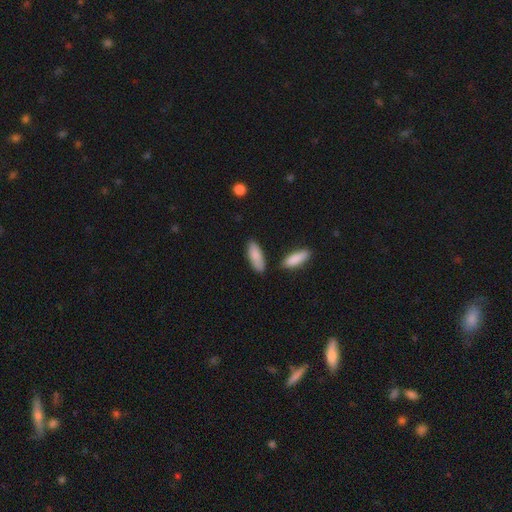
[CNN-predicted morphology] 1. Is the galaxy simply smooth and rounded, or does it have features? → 87% smooth, 8% featured or disk, 5% star or artifact.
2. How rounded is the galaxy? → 72% in between, 26% cigar-shaped, 2% round.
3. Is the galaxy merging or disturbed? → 76% none, 14% minor disturbance, 8% merger, 3% major disturbance.